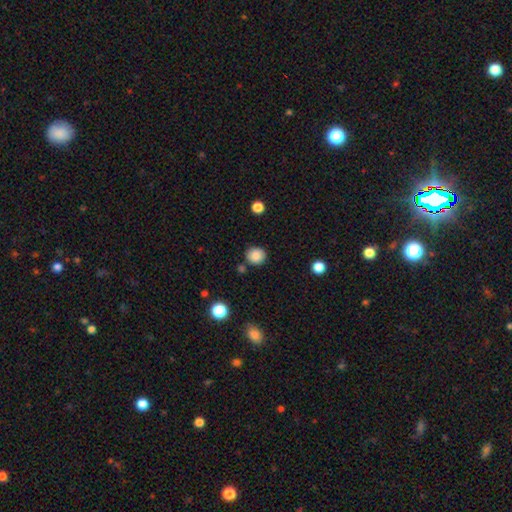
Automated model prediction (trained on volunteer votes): The model was most divided on "how rounded": round: 86%, in between: 13%, cigar-shaped: 1%. More confident: smooth or featured — smooth (86%); merging — none (84%).